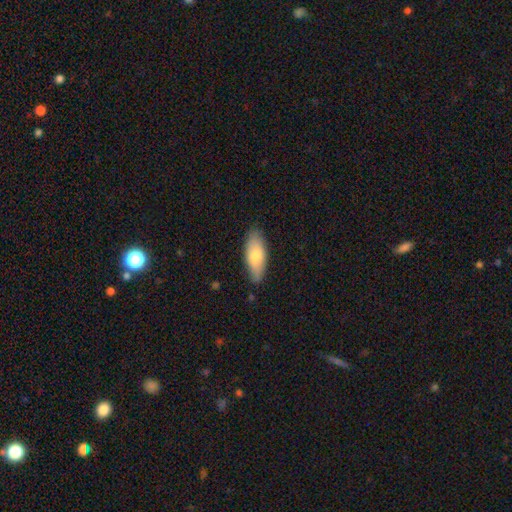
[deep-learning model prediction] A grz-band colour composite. It shows a smooth galaxy with no disk features (73%) that is in between round and cigar-shaped (80%). Merging: none (79%).